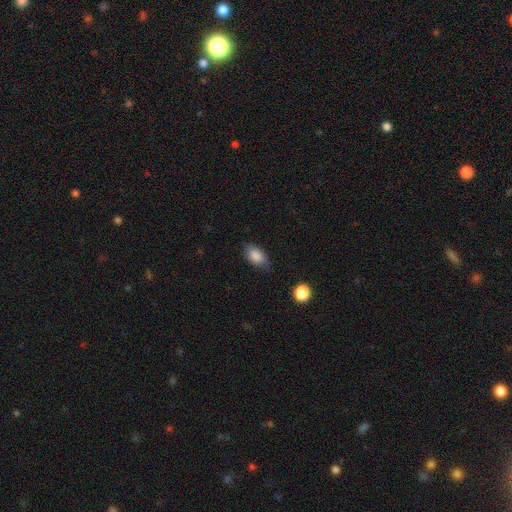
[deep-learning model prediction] Overall: smooth (85%). How rounded: in between (90%). Merging: none (69%).